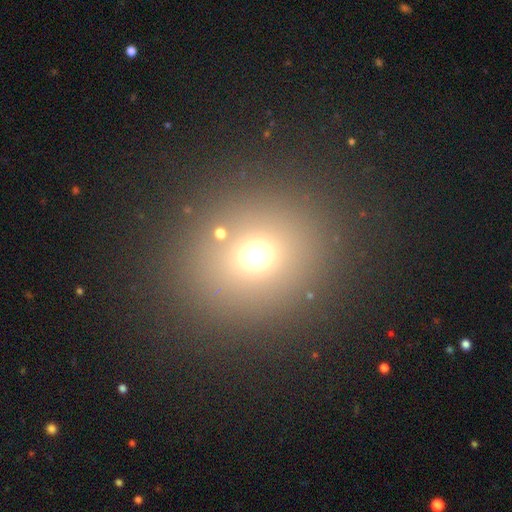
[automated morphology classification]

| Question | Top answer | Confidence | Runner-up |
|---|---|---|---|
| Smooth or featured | smooth | 66% | star or artifact (24%) |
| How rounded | round | 82% | in between (17%) |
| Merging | none | 86% | minor disturbance (7%) |